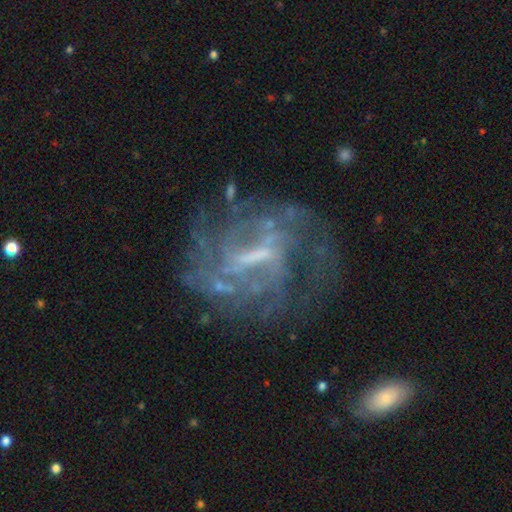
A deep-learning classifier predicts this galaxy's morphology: A featured or disk galaxy (82%) with a weak bar (47%), tight (41%) spiral arms (83%) and a small central bulge (36%).

Vote fractions:
- Smooth or featured? featured or disk: 82% / star or artifact: 10% / smooth: 8%
- Edge-on disk? no: 96% / yes: 4%
- Bar? weak: 47% / strong: 37% / no: 16%
- Spiral arms? yes: 83% / no: 17%
- Spiral winding? tight: 41% / medium: 40% / loose: 19%
- Spiral arm count? can't tell: 43% / 2: 16% / 3: 16% / 4: 13% / more than 4: 7% / 1: 6%
- Bulge size? small: 36% / none: 33% / moderate: 27% / large: 3% / dominant: 1%
- Merging? none: 59% / major disturbance: 20% / minor disturbance: 17% / merger: 3%